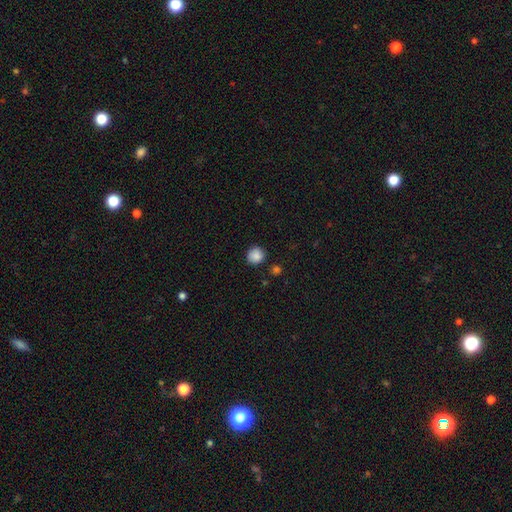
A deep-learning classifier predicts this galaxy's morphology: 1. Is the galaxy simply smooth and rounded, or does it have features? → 86% smooth, 9% star or artifact, 4% featured or disk.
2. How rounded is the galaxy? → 88% round, 11% in between, 1% cigar-shaped.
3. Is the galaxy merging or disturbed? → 85% none, 10% minor disturbance, 3% merger, 2% major disturbance.